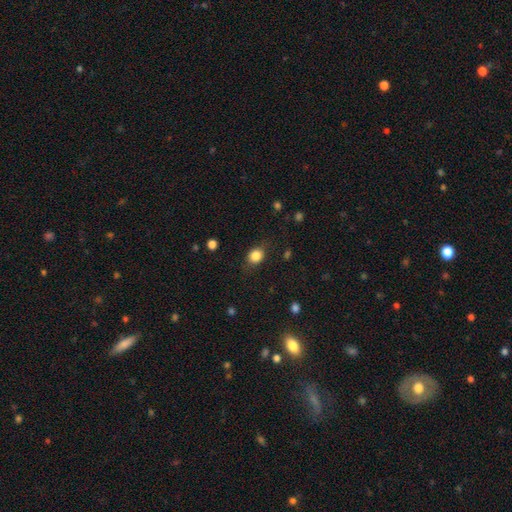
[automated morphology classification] type=smooth (84%); roundness=round (57%); merging=none (77%).